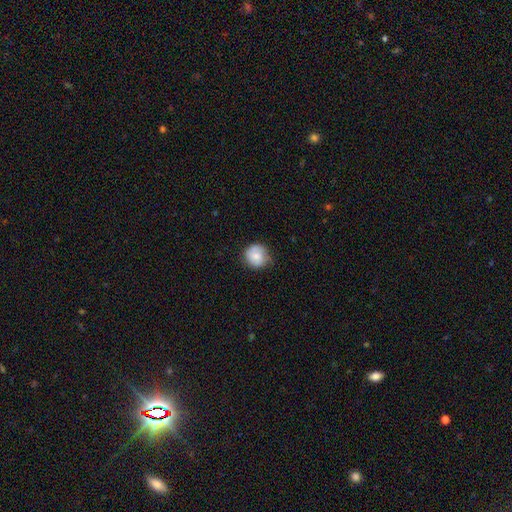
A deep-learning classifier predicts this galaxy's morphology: smooth_or_featured: smooth (p=0.77) [alt: featured or disk p=0.15]
how_rounded: round (p=0.87) [alt: in between p=0.12]
merging: none (p=0.64) [alt: minor disturbance p=0.29]